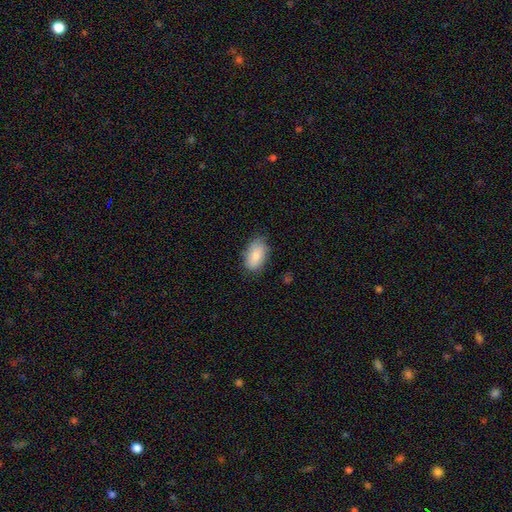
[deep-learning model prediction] smooth-or-featured: smooth: 83% | featured or disk: 11% | star or artifact: 7%
  how-rounded: in between: 92% | round: 5% | cigar-shaped: 2%
  merging: none: 76% | minor disturbance: 19% | major disturbance: 4% | merger: 1%